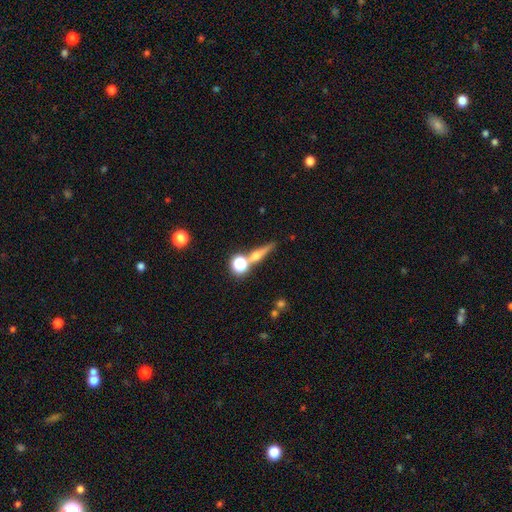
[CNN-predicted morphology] Q: Smooth or featured?
A: featured or disk (48%); runner-up: smooth (37%)
Q: Merging?
A: none (66%); runner-up: merger (18%)